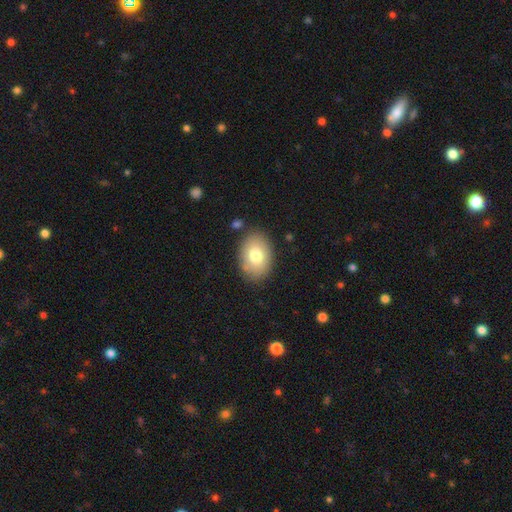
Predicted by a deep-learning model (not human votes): Q: Smooth or featured?
A: smooth (77%); runner-up: featured or disk (15%)
Q: How rounded?
A: in between (79%); runner-up: round (20%)
Q: Merging?
A: none (83%); runner-up: minor disturbance (11%)